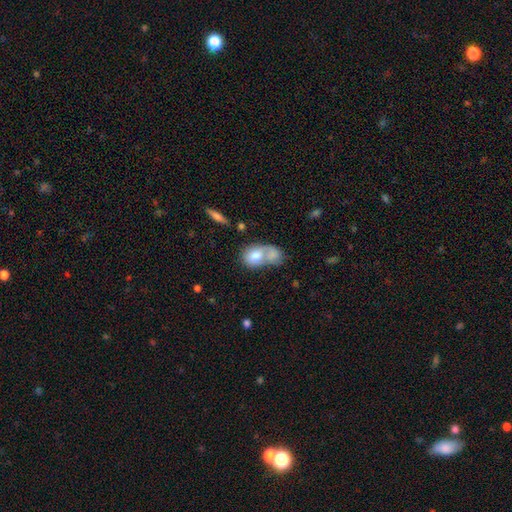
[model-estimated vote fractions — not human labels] smooth 76%, featured or disk 18%, star or artifact 7%. Down the decision tree: how rounded — in between (68%); merging — merger (68%).